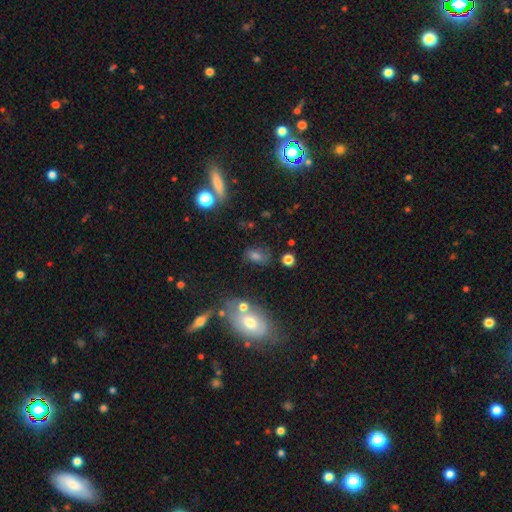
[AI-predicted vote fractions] smooth-or-featured: smooth: 64% | star or artifact: 18% | featured or disk: 18%
  how-rounded: in between: 80% | round: 15% | cigar-shaped: 5%
  merging: none: 62% | minor disturbance: 20% | major disturbance: 9% | merger: 9%